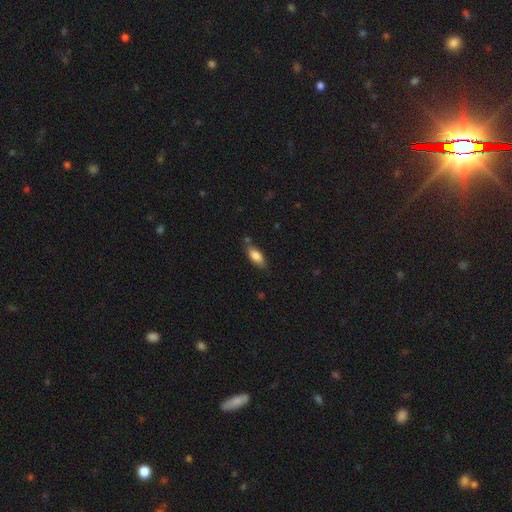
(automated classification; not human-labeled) A smooth galaxy with no disk features (81%) that is in between round and cigar-shaped (82%).

Vote fractions:
- Smooth or featured? smooth: 81% / featured or disk: 12% / star or artifact: 7%
- How rounded? in between: 82% / cigar-shaped: 15% / round: 3%
- Merging? none: 72% / minor disturbance: 20% / merger: 5% / major disturbance: 4%